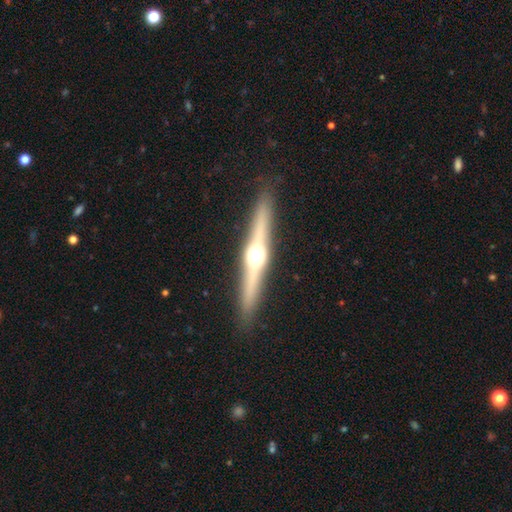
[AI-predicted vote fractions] Overall: featured or disk (73%). Edge-on disk: yes (97%). Edge-on bulge: rounded (95%). Merging: none (90%).